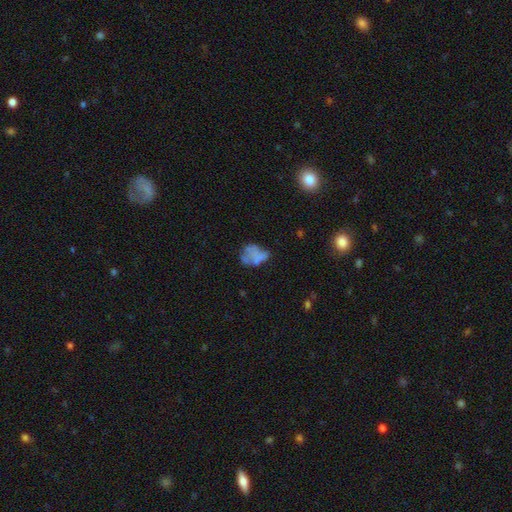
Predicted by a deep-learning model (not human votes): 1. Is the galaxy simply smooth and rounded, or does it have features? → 49% smooth, 38% featured or disk, 13% star or artifact.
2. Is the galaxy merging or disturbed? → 36% none, 28% major disturbance, 25% minor disturbance, 11% merger.